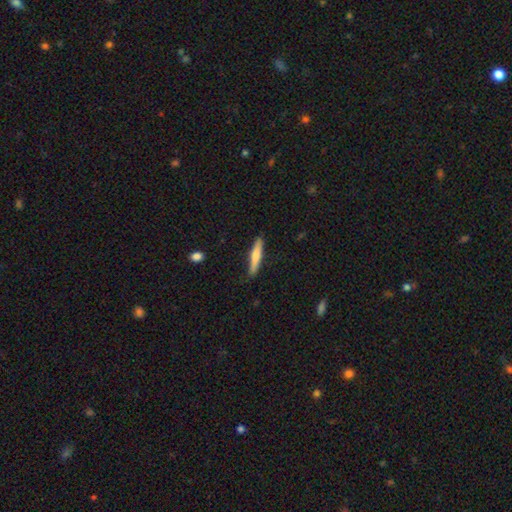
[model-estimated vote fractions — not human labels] The model was most divided on "smooth or featured": smooth: 68%, featured or disk: 27%, star or artifact: 5%. More confident: how rounded — cigar-shaped (91%); merging — none (84%).